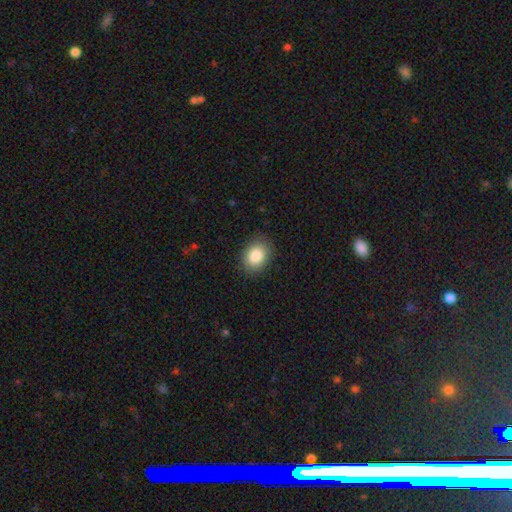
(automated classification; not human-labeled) The model was most divided on "how rounded": in between: 63%, round: 36%, cigar-shaped: 1%. More confident: merging — none (87%); smooth or featured — smooth (87%).